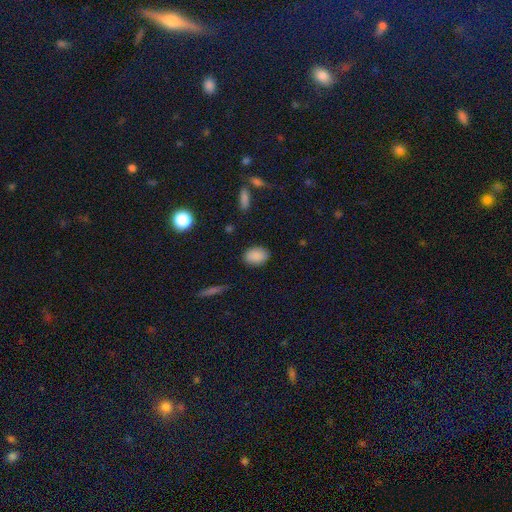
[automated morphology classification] smooth_or_featured: smooth (p=0.87) [alt: star or artifact p=0.08]
how_rounded: in between (p=0.80) [alt: round p=0.19]
merging: none (p=0.86) [alt: minor disturbance p=0.10]